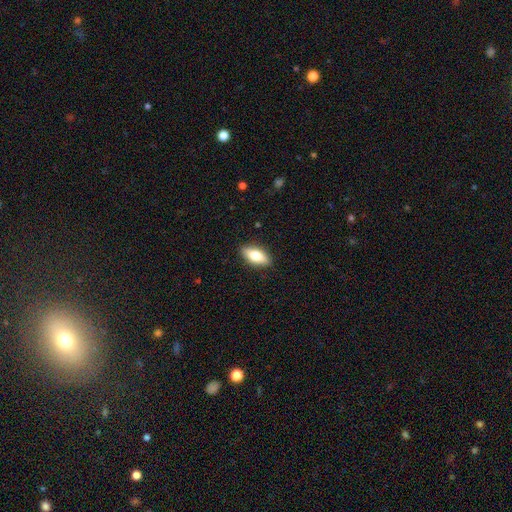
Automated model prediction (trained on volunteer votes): smooth-or-featured: smooth: 74% | featured or disk: 19% | star or artifact: 7%
  how-rounded: in between: 83% | cigar-shaped: 14% | round: 3%
  merging: none: 88% | minor disturbance: 9% | major disturbance: 2% | merger: 1%